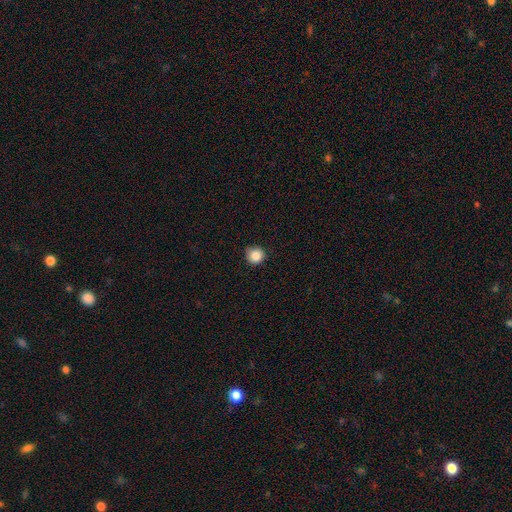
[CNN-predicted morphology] Smooth or featured? smooth (85%)
How rounded? round (94%)
Merging? none (84%)